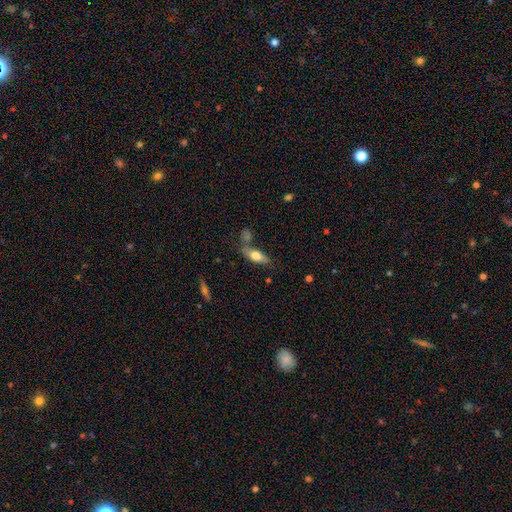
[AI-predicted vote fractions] smooth-or-featured: smooth: 63% | featured or disk: 30% | star or artifact: 7%
  how-rounded: in between: 62% | cigar-shaped: 35% | round: 3%
  merging: none: 61% | merger: 17% | minor disturbance: 17% | major disturbance: 6%